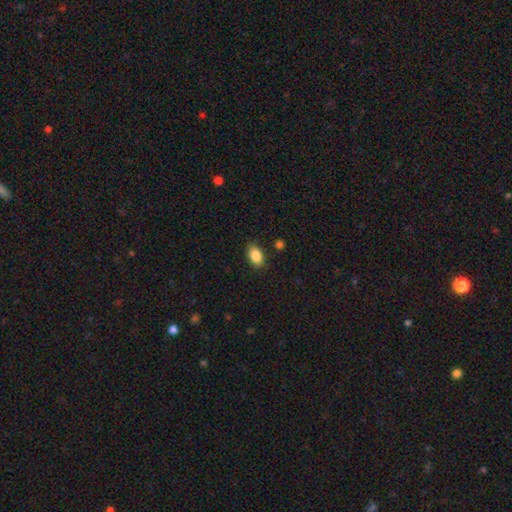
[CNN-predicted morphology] Smooth or featured: smooth — 87% (star or artifact — 8%)
How rounded: in between — 89% (round — 9%)
Merging: none — 85% (minor disturbance — 11%)